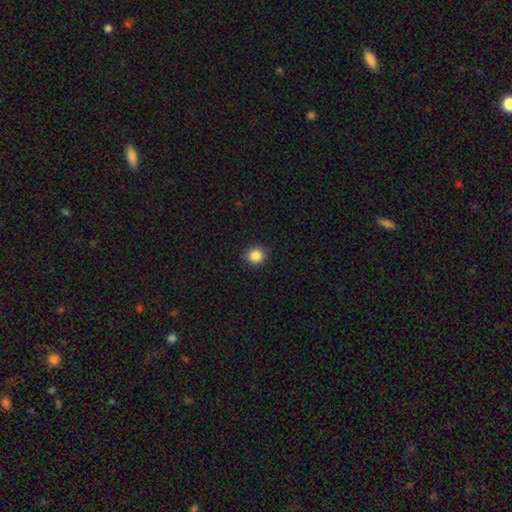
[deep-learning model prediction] This appears to be a smooth galaxy with no disk features (86%) that is round (90%). Merging: none (90%).